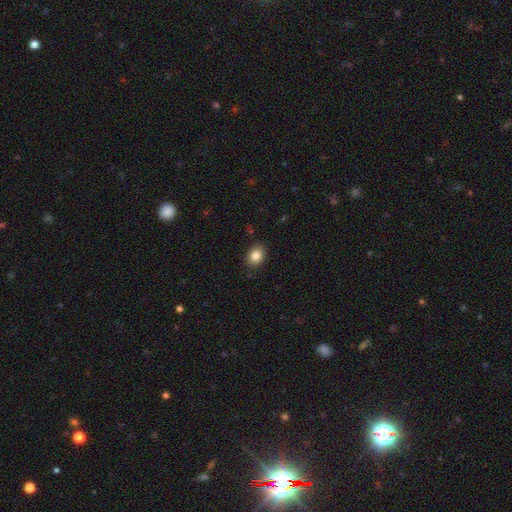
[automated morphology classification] The model was most divided on "how rounded": in between: 68%, round: 31%, cigar-shaped: 1%. More confident: merging — none (87%); smooth or featured — smooth (84%).